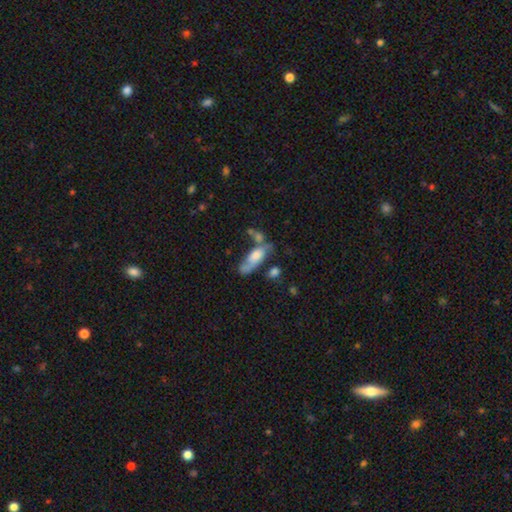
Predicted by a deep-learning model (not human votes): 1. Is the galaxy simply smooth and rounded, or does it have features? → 53% smooth, 38% featured or disk, 9% star or artifact.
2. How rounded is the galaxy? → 66% in between, 31% cigar-shaped, 3% round.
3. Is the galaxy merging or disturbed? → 35% none, 24% merger, 22% minor disturbance, 18% major disturbance.